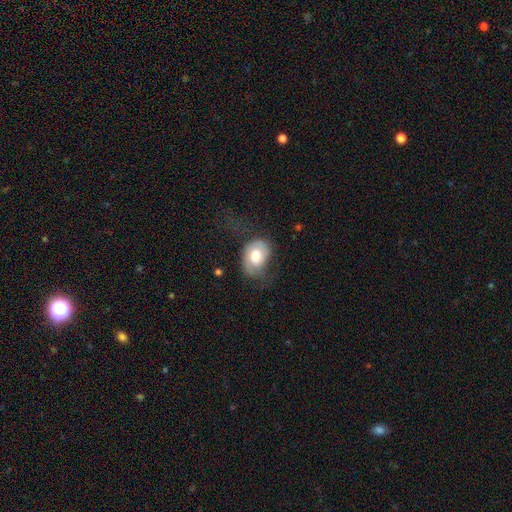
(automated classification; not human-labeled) This appears to be a smooth galaxy with no disk features (64%) that is in between round and cigar-shaped (72%). Merging: none (42%).